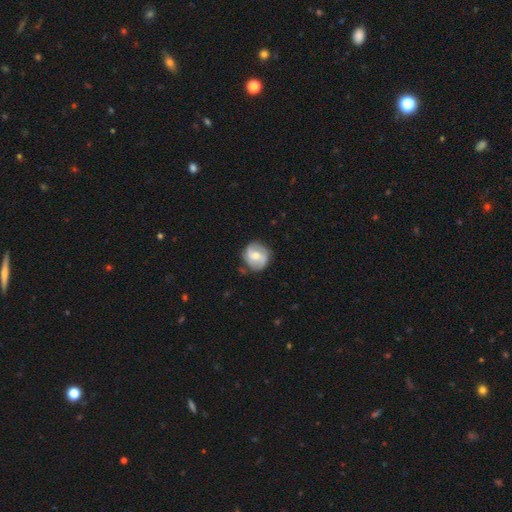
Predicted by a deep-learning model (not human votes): Q: Smooth or featured?
A: featured or disk (60%); runner-up: smooth (34%)
Q: Edge-on disk?
A: no (97%); runner-up: yes (3%)
Q: Bar?
A: weak (43%); runner-up: no (42%)
Q: Spiral arms?
A: yes (84%); runner-up: no (16%)
Q: Bulge size?
A: moderate (63%); runner-up: small (32%)
Q: Merging?
A: none (76%); runner-up: minor disturbance (18%)